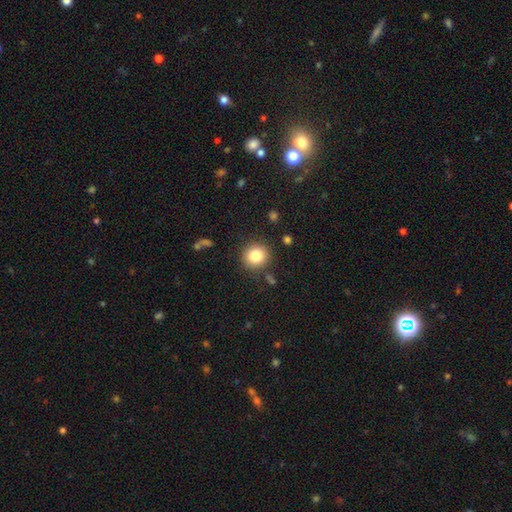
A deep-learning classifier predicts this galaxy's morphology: This is clearly a smooth galaxy (83%). How rounded: clearly round (88%). Merging: clearly none (87%).